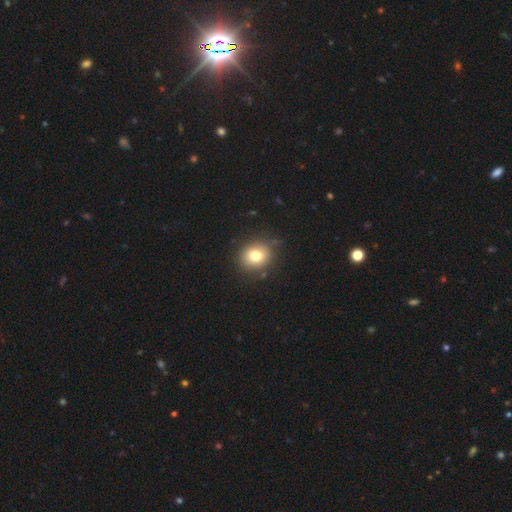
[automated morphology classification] smooth-or-featured: smooth: 78% | star or artifact: 12% | featured or disk: 10%
  how-rounded: round: 72% | in between: 27% | cigar-shaped: 1%
  merging: none: 84% | minor disturbance: 11% | major disturbance: 3% | merger: 2%